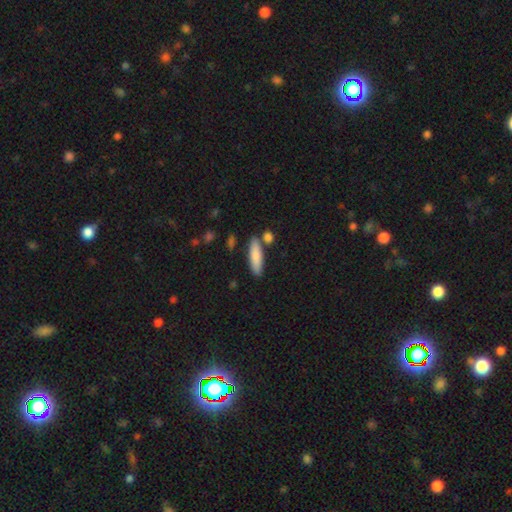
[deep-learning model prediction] smooth 83%, featured or disk 11%, star or artifact 6%. Down the decision tree: how rounded — cigar-shaped (65%); merging — none (80%).